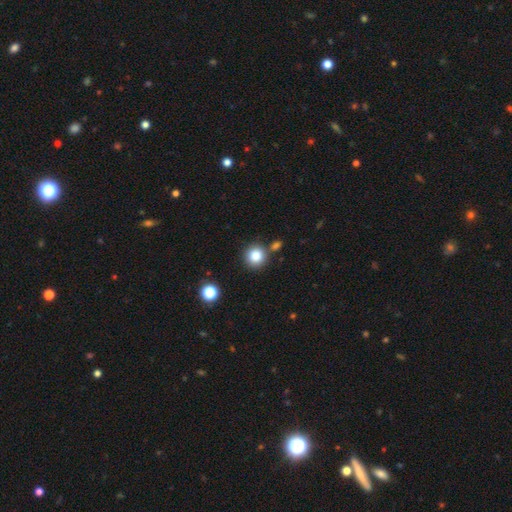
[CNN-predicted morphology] Smooth or featured? Predicted: smooth (p=0.84). How rounded? Predicted: round (p=0.92). Merging? Predicted: none (p=0.80).